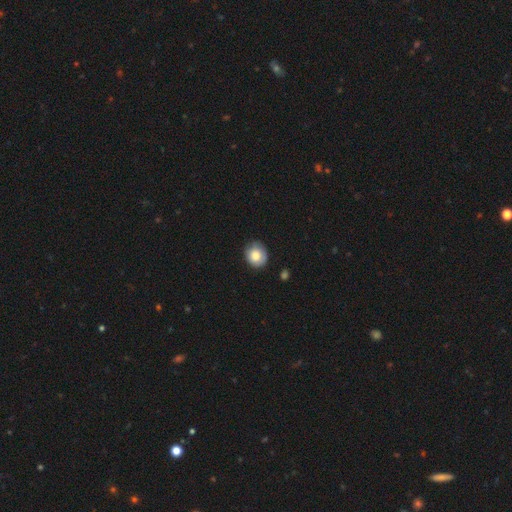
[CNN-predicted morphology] A smooth galaxy with no disk features (78%) that is round (77%).

Vote fractions:
- Smooth or featured? smooth: 78% / featured or disk: 14% / star or artifact: 8%
- How rounded? round: 77% / in between: 23% / cigar-shaped: 1%
- Merging? none: 77% / minor disturbance: 19% / major disturbance: 3% / merger: 1%